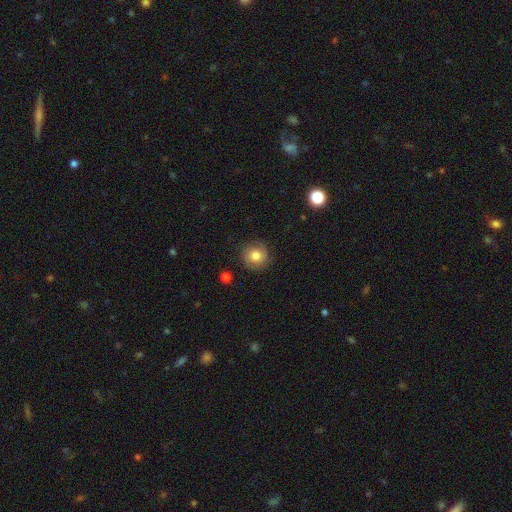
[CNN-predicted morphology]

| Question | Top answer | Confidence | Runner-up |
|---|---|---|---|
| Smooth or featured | smooth | 59% | featured or disk (31%) |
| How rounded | round | 91% | in between (8%) |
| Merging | none | 84% | minor disturbance (11%) |